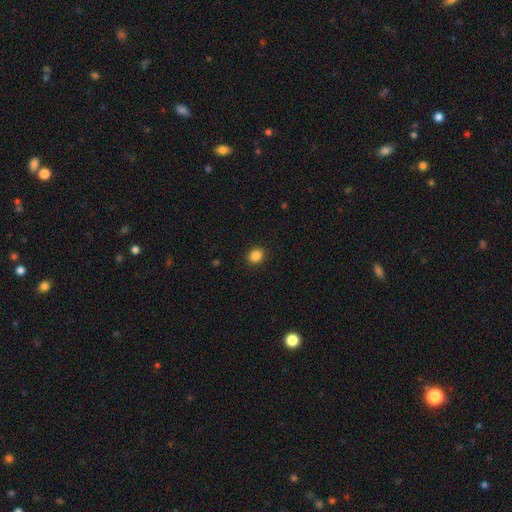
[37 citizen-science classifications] Volunteers were most divided on "how rounded": round: 62%, in between: 35%, cigar-shaped: 3%. More confident: smooth or featured — smooth (92%); merging — none (89%).